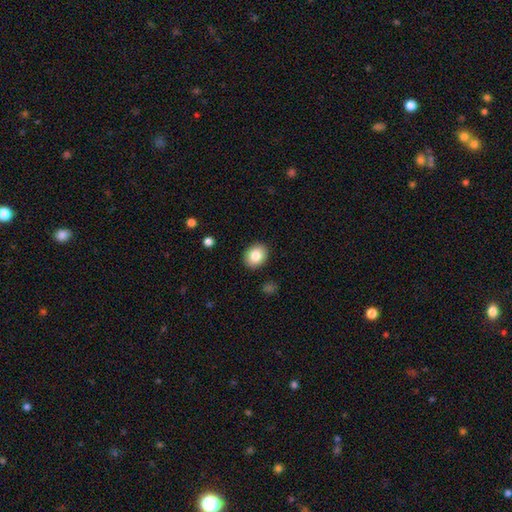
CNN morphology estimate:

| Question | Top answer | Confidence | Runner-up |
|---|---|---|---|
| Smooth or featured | smooth | 84% | star or artifact (8%) |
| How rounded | round | 54% | in between (46%) |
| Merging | none | 90% | minor disturbance (7%) |